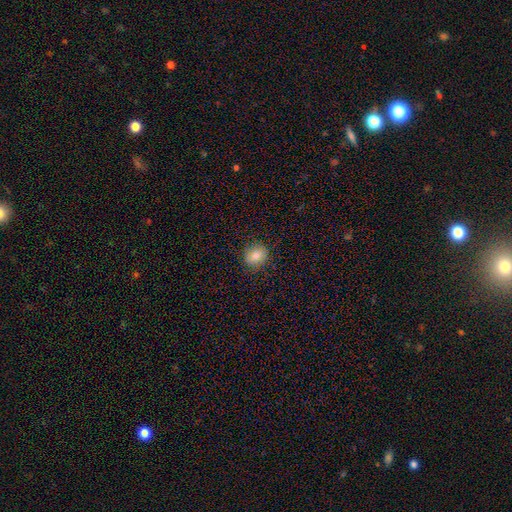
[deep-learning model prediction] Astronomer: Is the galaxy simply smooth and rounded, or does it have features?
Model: smooth — 80%.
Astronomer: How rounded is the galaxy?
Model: round — 78%.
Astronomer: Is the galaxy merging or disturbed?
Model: none — 87%.